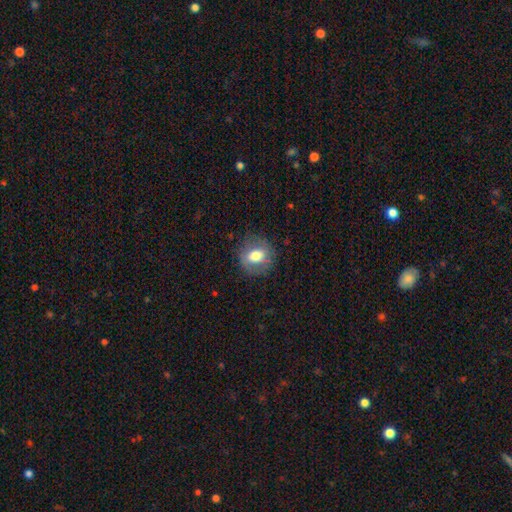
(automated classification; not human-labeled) smooth_or_featured: smooth (p=0.64) [alt: featured or disk p=0.27]
how_rounded: round (p=0.62) [alt: in between p=0.36]
merging: none (p=0.79) [alt: minor disturbance p=0.14]